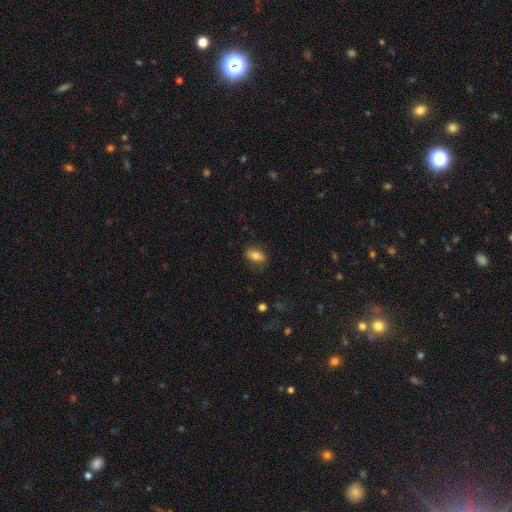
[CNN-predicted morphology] smooth 78%, featured or disk 14%, star or artifact 8%. Down the decision tree: how rounded — in between (84%); merging — none (76%).